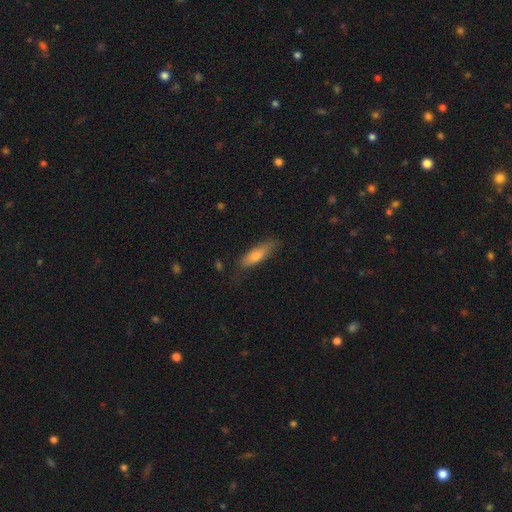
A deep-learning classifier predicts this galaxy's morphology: Smooth or featured: smooth — 73% (featured or disk — 20%)
How rounded: cigar-shaped — 61% (in between — 37%)
Merging: none — 72% (minor disturbance — 21%)